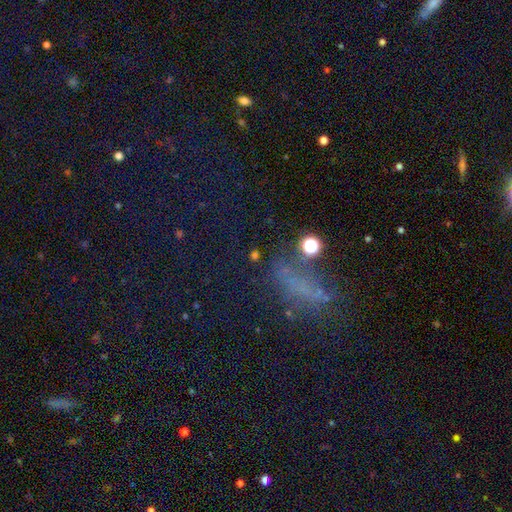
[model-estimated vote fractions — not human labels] Smooth or featured?
  - star or artifact: 47% *
  - smooth: 39%
  - featured or disk: 14%